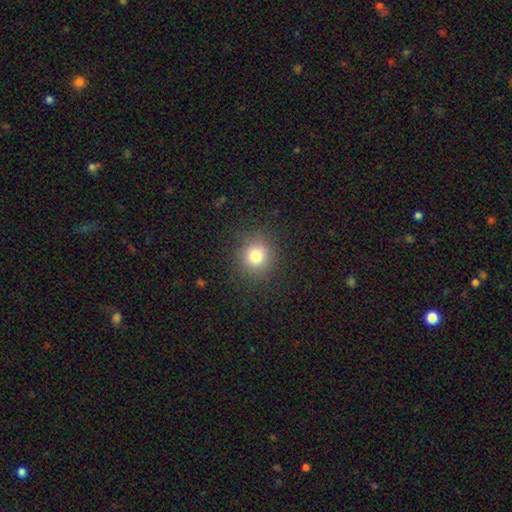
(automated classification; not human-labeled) Smooth or featured? smooth (79%)
How rounded? round (88%)
Merging? none (88%)